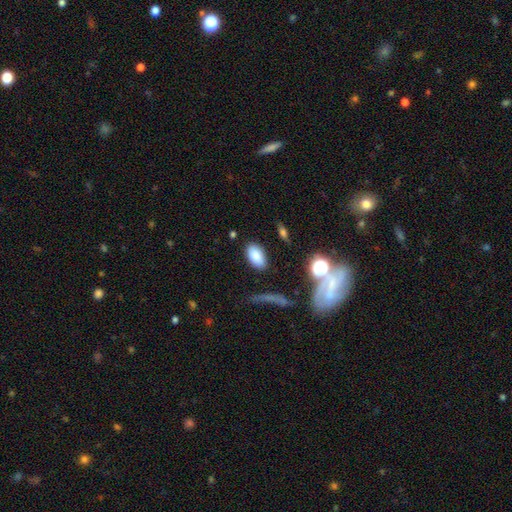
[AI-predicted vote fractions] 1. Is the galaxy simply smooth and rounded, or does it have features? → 84% smooth, 10% star or artifact, 7% featured or disk.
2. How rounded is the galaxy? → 92% in between, 6% round, 2% cigar-shaped.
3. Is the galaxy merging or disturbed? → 82% none, 11% minor disturbance, 4% major disturbance, 3% merger.